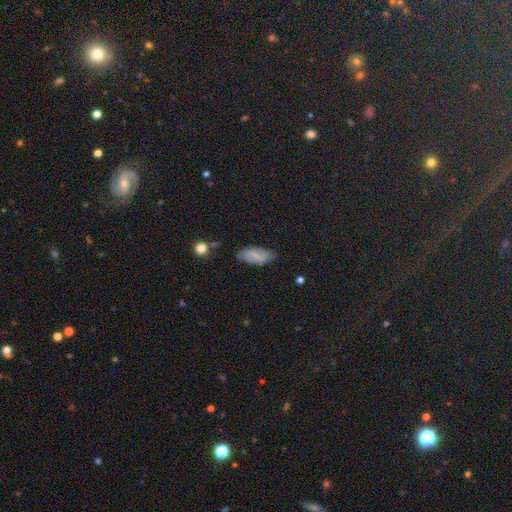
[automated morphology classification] Overall: smooth (62%; featured or disk 28%). How rounded: in between (86%). Merging: none (71%).